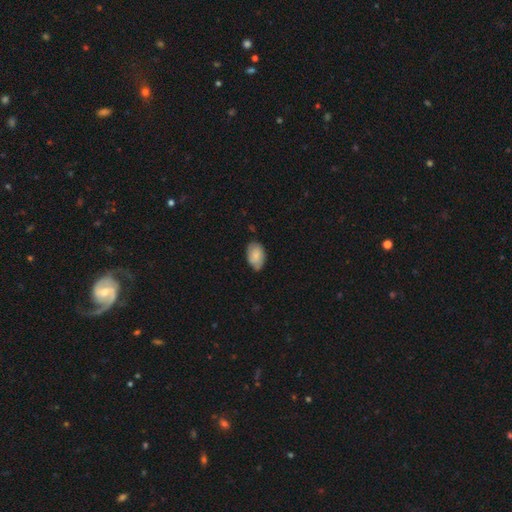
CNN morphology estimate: type=smooth (75%); roundness=in between (90%); merging=none (65%).